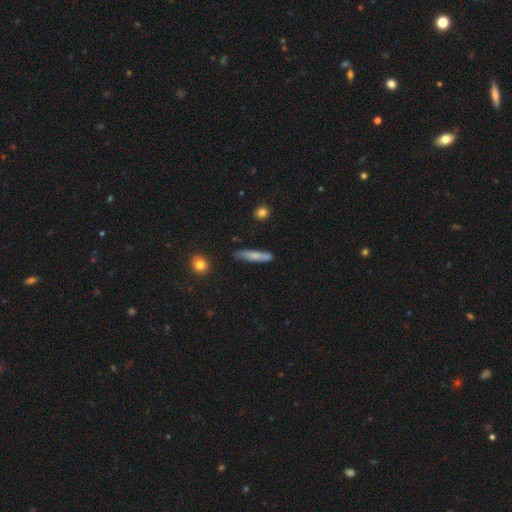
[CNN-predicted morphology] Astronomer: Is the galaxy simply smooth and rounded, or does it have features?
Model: smooth — 70%.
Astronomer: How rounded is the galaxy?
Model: cigar-shaped — 87%.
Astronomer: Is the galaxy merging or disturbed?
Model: none — 79%.